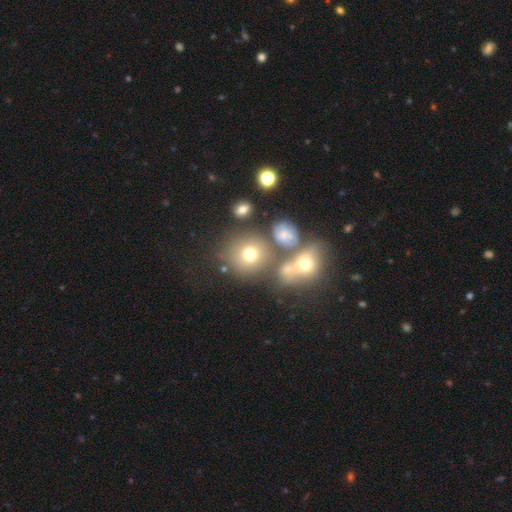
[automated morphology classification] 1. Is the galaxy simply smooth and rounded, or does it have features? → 43% smooth, 33% star or artifact, 23% featured or disk.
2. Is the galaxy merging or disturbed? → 53% merger, 35% none, 7% minor disturbance, 5% major disturbance.